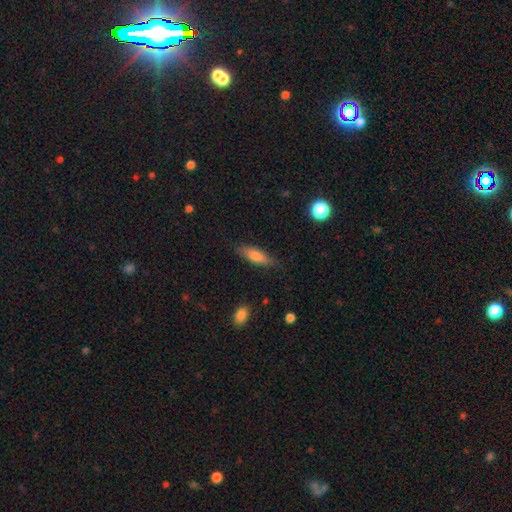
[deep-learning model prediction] smooth_or_featured: smooth (p=0.70) [alt: featured or disk p=0.22]
how_rounded: cigar-shaped (p=0.50) [alt: in between p=0.48]
merging: none (p=0.79) [alt: minor disturbance p=0.16]